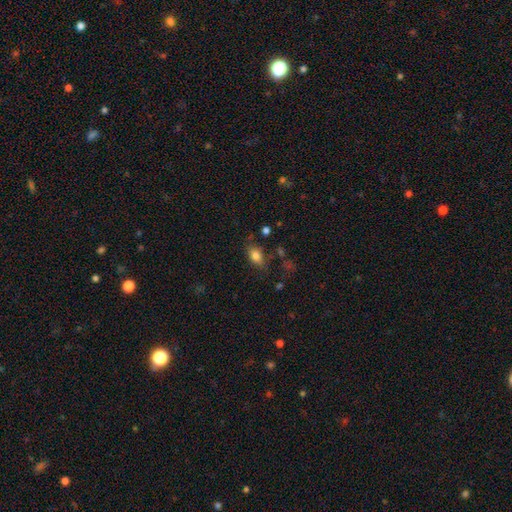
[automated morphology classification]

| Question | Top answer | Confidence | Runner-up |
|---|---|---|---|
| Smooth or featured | smooth | 81% | star or artifact (10%) |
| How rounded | in between | 83% | round (14%) |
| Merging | none | 74% | minor disturbance (17%) |